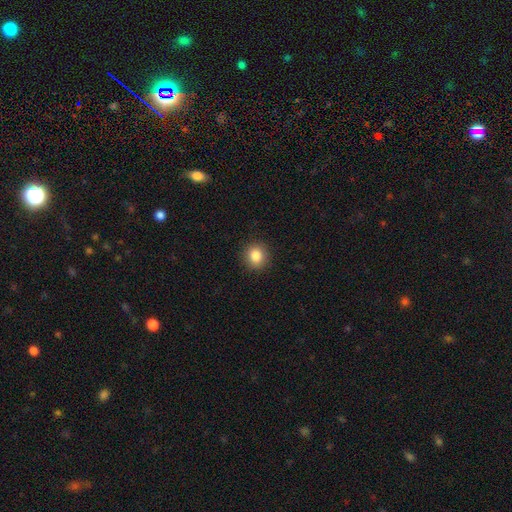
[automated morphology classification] This is clearly a smooth galaxy (86%). How rounded: clearly round (86%). Merging: clearly none (90%).